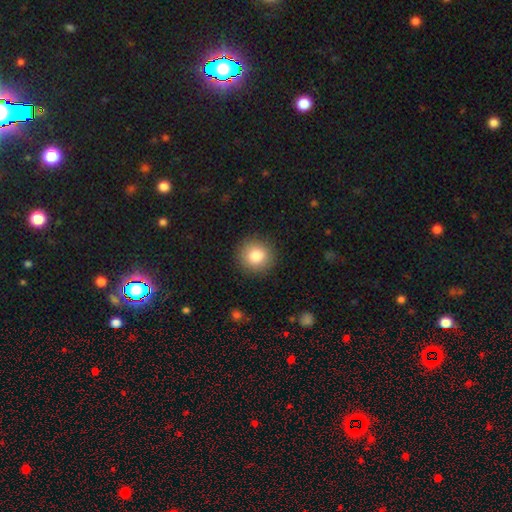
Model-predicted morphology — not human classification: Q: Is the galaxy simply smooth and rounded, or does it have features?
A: smooth — 83%.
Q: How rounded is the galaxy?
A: round — 91%.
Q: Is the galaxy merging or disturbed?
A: none — 90%.